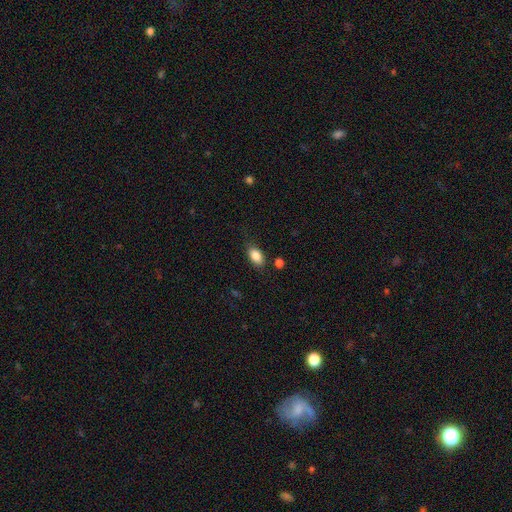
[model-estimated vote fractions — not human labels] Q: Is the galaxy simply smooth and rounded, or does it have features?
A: smooth — 87%.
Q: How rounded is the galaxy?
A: in between — 90%.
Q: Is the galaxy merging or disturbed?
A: none — 79%.